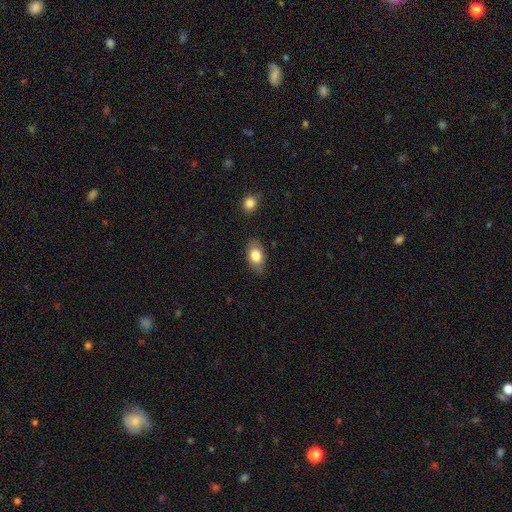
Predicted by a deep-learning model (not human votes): Smooth or featured: smooth — 79% (featured or disk — 14%)
How rounded: in between — 90% (round — 8%)
Merging: none — 81% (minor disturbance — 14%)